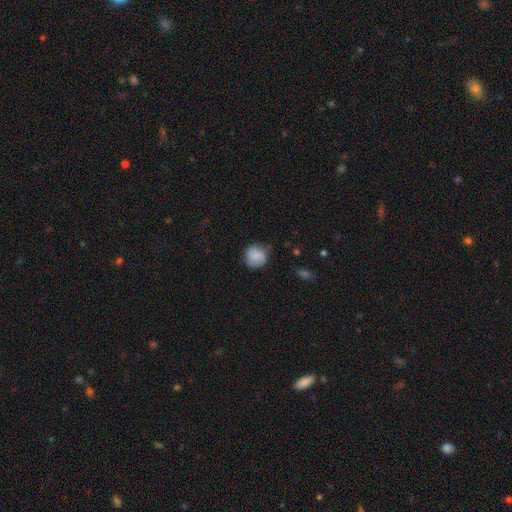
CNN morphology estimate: Smooth or featured: smooth — 81% (featured or disk — 12%)
How rounded: round — 90% (in between — 9%)
Merging: none — 78% (minor disturbance — 17%)